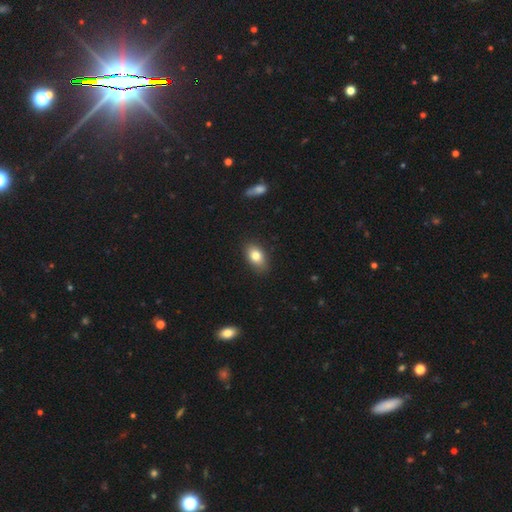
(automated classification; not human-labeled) Smooth or featured: smooth — 80% (featured or disk — 12%)
How rounded: in between — 86% (round — 11%)
Merging: none — 84% (minor disturbance — 12%)